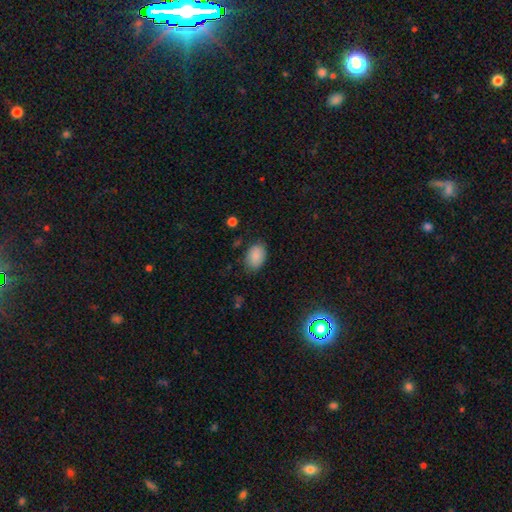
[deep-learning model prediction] Smooth or featured?
  - smooth: 87% *
  - star or artifact: 8%
  - featured or disk: 5%
How rounded?
  - in between: 86% *
  - round: 13%
  - cigar-shaped: 1%
Merging?
  - none: 80% *
  - minor disturbance: 15%
  - major disturbance: 4%
  - merger: 1%